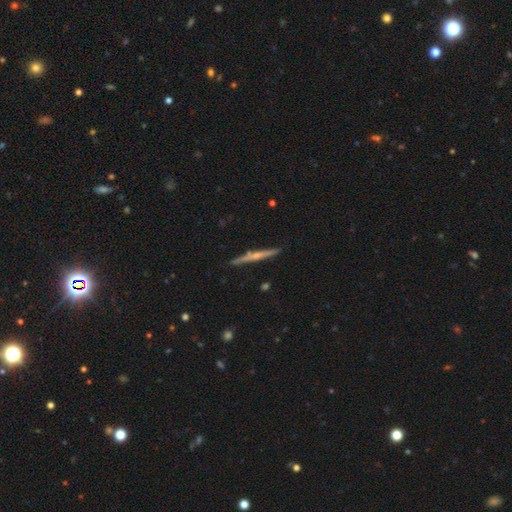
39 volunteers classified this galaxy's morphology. Smooth or featured?
  - featured or disk: 69% *
  - smooth: 28%
  - star or artifact: 3%
Edge-on disk?
  - yes: 96% *
  - no: 4%
Edge-on bulge?
  - rounded: 92% *
  - boxy: 4%
  - none: 4%
Merging?
  - none: 89% *
  - major disturbance: 5%
  - minor disturbance: 3%
  - merger: 3%